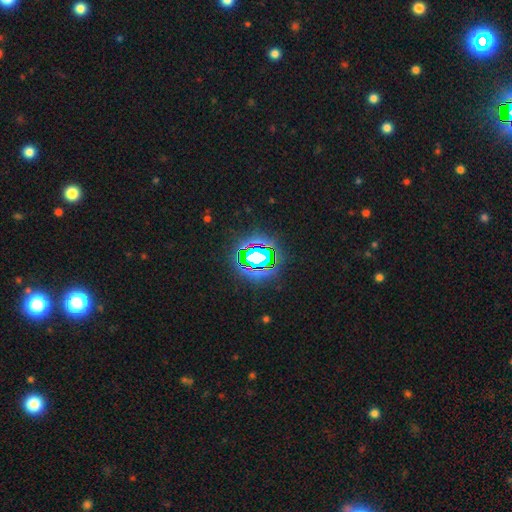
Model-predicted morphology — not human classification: type=star or artifact (70%).